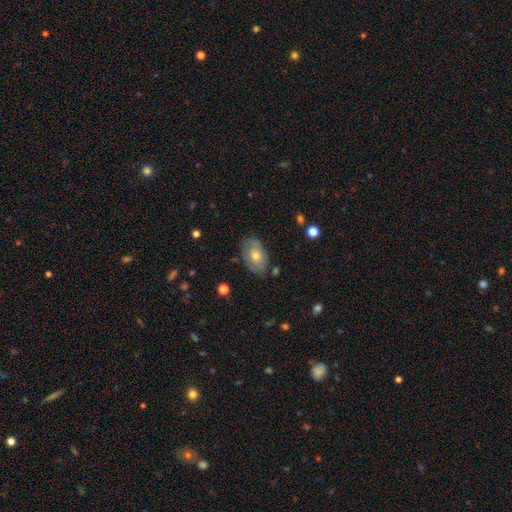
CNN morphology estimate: A smooth galaxy with no disk features (49%).

Vote fractions:
- Smooth or featured? smooth: 49% / featured or disk: 43% / star or artifact: 8%
- Merging? none: 71% / minor disturbance: 22% / major disturbance: 6% / merger: 2%